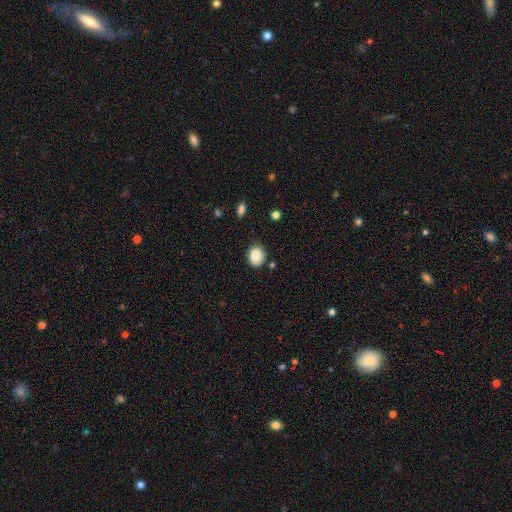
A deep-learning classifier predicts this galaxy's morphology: Smooth or featured? Predicted: smooth (p=0.87). How rounded? Predicted: in between (p=0.54). Merging? Predicted: none (p=0.81).